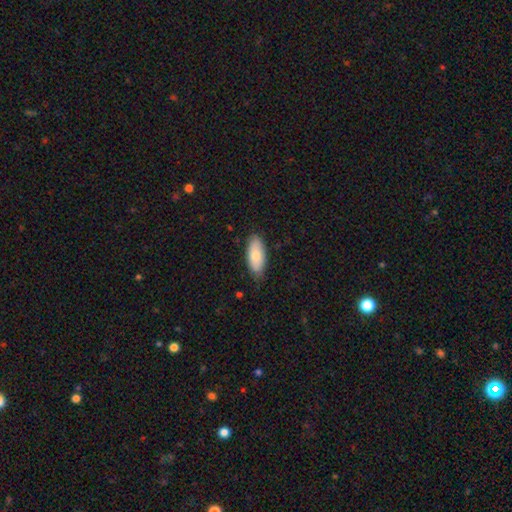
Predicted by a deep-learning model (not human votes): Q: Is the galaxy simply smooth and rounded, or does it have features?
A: smooth — 78%.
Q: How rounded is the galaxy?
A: in between — 86%.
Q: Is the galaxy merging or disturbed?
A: none — 80%.